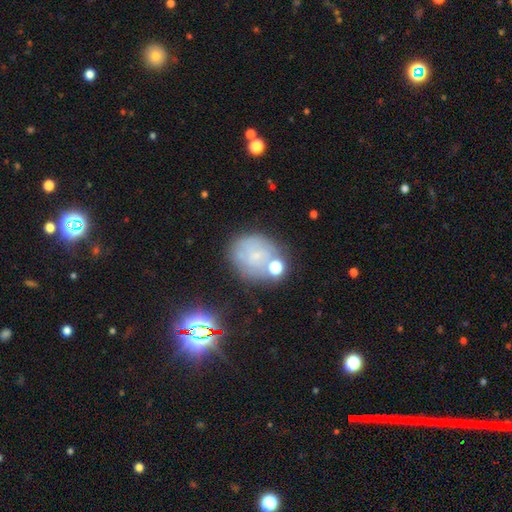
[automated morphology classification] Q: Smooth or featured?
A: smooth (46%); runner-up: featured or disk (32%)
Q: Merging?
A: none (60%); runner-up: minor disturbance (19%)